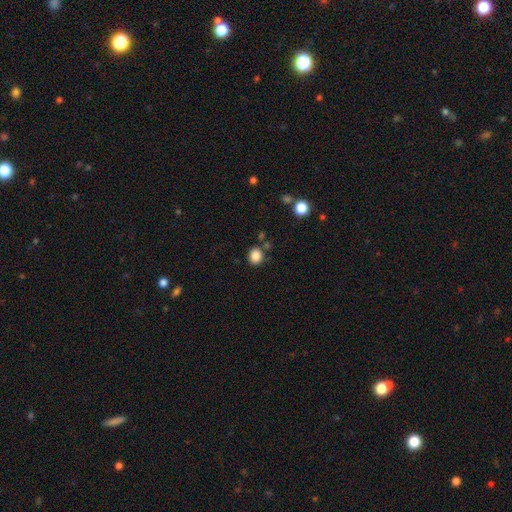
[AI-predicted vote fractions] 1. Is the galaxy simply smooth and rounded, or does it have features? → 86% smooth, 10% star or artifact, 4% featured or disk.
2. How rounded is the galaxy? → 75% round, 24% in between, 1% cigar-shaped.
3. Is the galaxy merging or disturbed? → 81% none, 10% minor disturbance, 6% merger, 3% major disturbance.